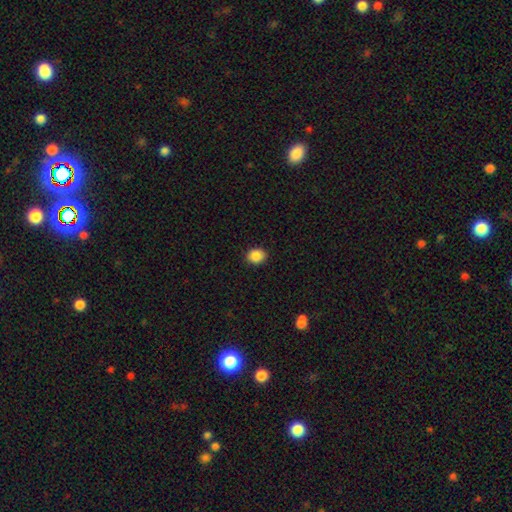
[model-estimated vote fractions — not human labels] Smooth or featured? Predicted: smooth (p=0.87). How rounded? Predicted: round (p=0.58). Merging? Predicted: none (p=0.90).